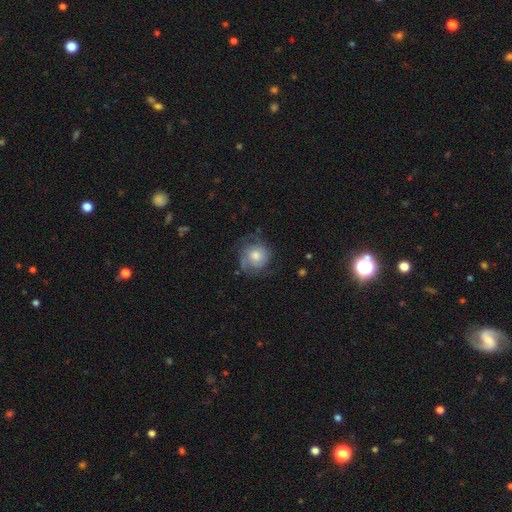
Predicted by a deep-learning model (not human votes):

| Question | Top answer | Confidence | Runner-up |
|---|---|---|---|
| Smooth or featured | featured or disk | 47% | smooth (45%) |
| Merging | none | 60% | minor disturbance (24%) |